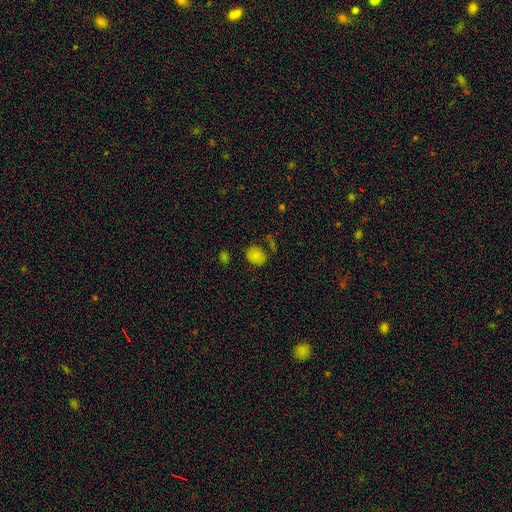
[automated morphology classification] The model was most divided on "how rounded": round: 54%, in between: 45%, cigar-shaped: 1%. More confident: smooth or featured — smooth (76%); merging — none (70%).